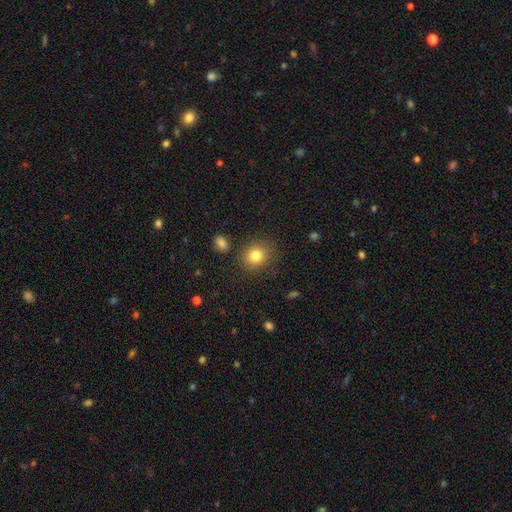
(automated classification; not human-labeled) Overall: smooth (82%). How rounded: round (75%). Merging: none (84%).